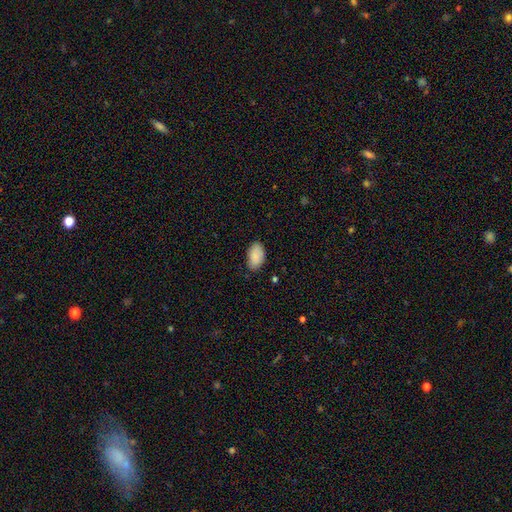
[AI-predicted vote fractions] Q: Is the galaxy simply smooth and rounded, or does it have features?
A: smooth — 89%.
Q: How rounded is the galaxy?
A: in between — 94%.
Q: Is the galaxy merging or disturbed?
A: none — 78%.